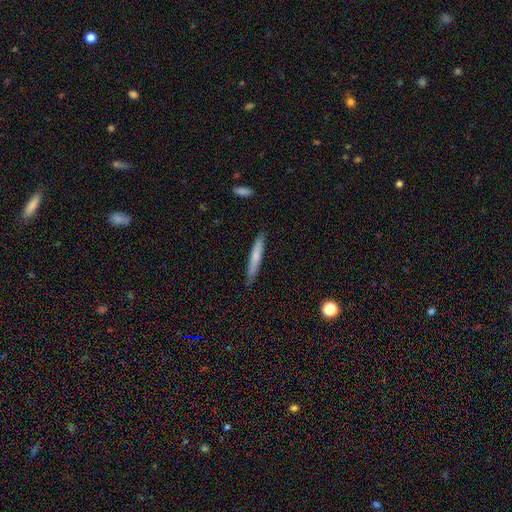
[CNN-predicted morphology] smooth 70%, featured or disk 24%, star or artifact 6%. Down the decision tree: how rounded — cigar-shaped (94%); merging — none (85%).